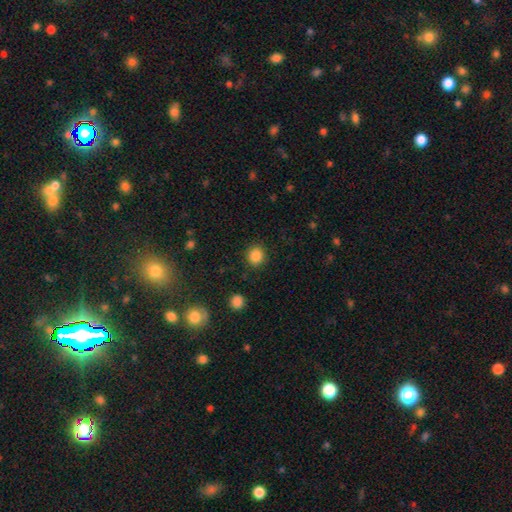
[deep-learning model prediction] This appears to be a smooth galaxy with no disk features (86%) that is round (85%). Merging: none (89%).